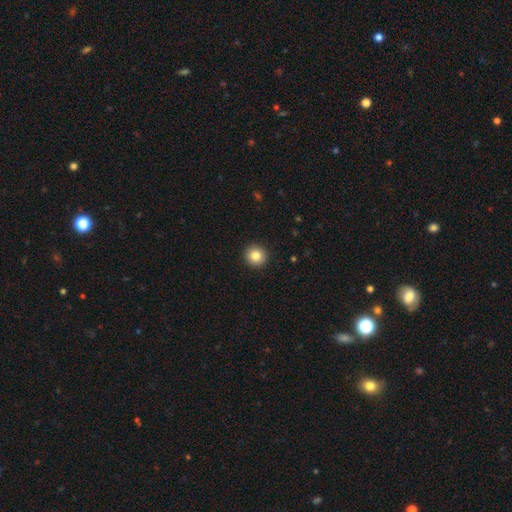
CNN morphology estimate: Smooth or featured?
  - smooth: 84% *
  - star or artifact: 10%
  - featured or disk: 6%
How rounded?
  - round: 94% *
  - in between: 5%
  - cigar-shaped: 1%
Merging?
  - none: 93% *
  - minor disturbance: 4%
  - major disturbance: 1%
  - merger: 1%